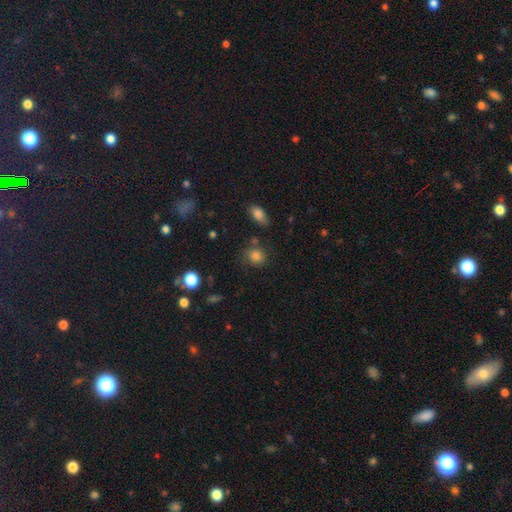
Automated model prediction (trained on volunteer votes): The model was most divided on "how rounded": round: 75%, in between: 24%, cigar-shaped: 1%. More confident: smooth or featured — smooth (82%); merging — none (71%).